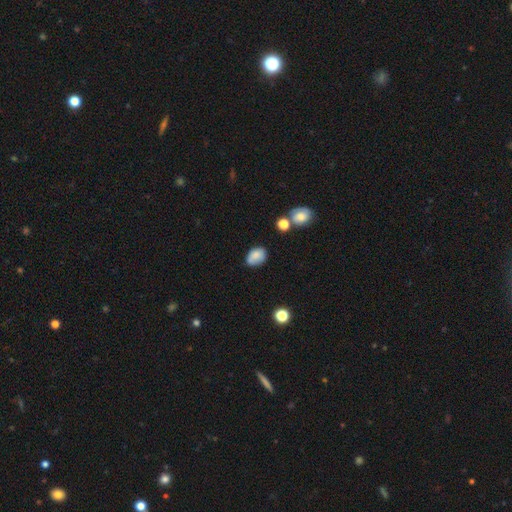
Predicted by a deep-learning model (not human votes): Smooth or featured? smooth (80%)
How rounded? in between (80%)
Merging? none (67%)